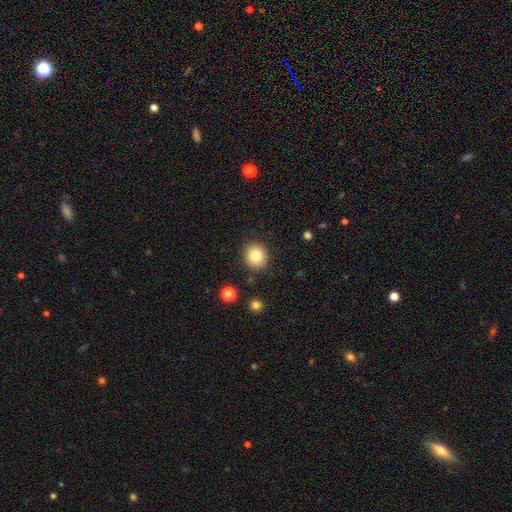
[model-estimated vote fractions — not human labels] Smooth or featured? Predicted: smooth (p=0.81). How rounded? Predicted: round (p=0.87). Merging? Predicted: none (p=0.88).